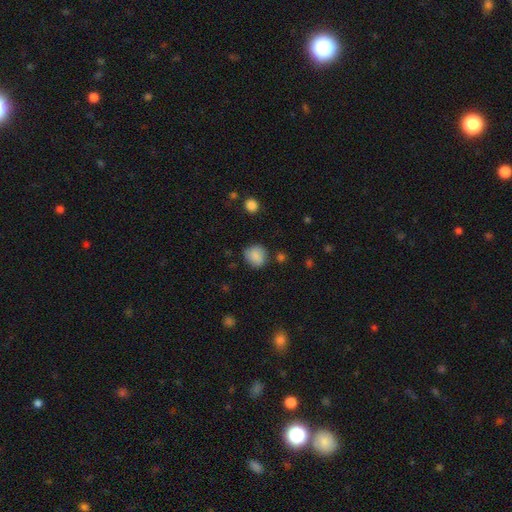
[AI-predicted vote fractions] This appears to be a smooth galaxy with no disk features (85%) that is round (76%). Merging: none (75%).